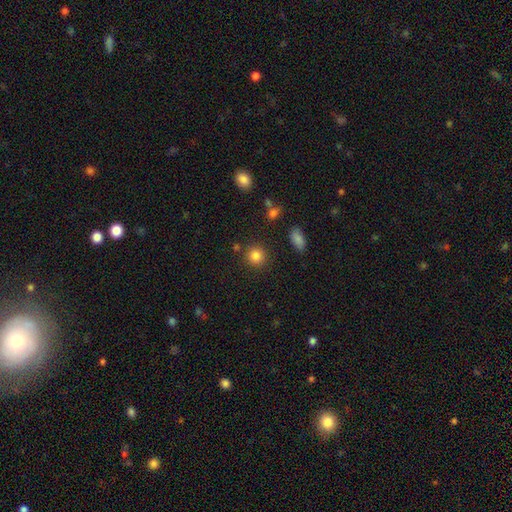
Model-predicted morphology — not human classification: Overall: smooth (84%). How rounded: round (90%). Merging: none (86%).